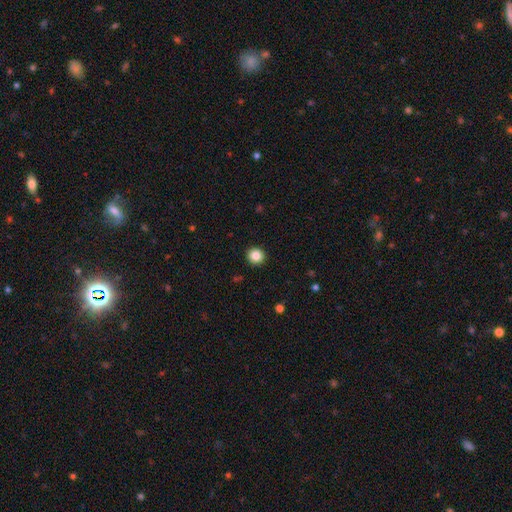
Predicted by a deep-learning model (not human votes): Smooth or featured? smooth (86%)
How rounded? round (91%)
Merging? none (93%)